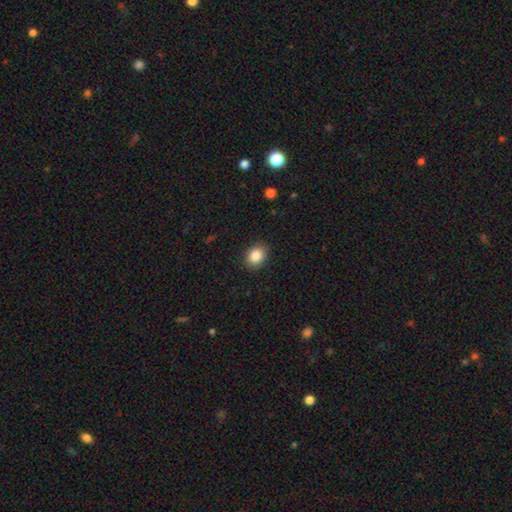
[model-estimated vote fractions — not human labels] A smooth galaxy with no disk features (86%) that is in between round and cigar-shaped (60%).

Vote fractions:
- Smooth or featured? smooth: 86% / star or artifact: 9% / featured or disk: 5%
- How rounded? in between: 60% / round: 40% / cigar-shaped: 1%
- Merging? none: 88% / minor disturbance: 9% / major disturbance: 2% / merger: 1%